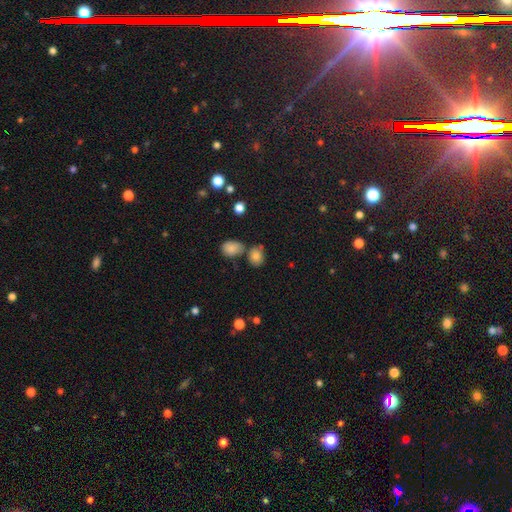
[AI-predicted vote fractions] Smooth or featured? Predicted: smooth (p=0.82). How rounded? Predicted: round (p=0.53). Merging? Predicted: none (p=0.60).